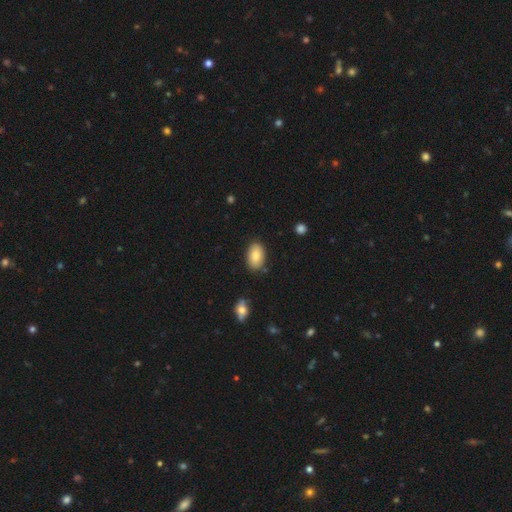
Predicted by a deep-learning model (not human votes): This is clearly a smooth galaxy (84%). How rounded: clearly in between (90%). Merging: clearly none (83%).